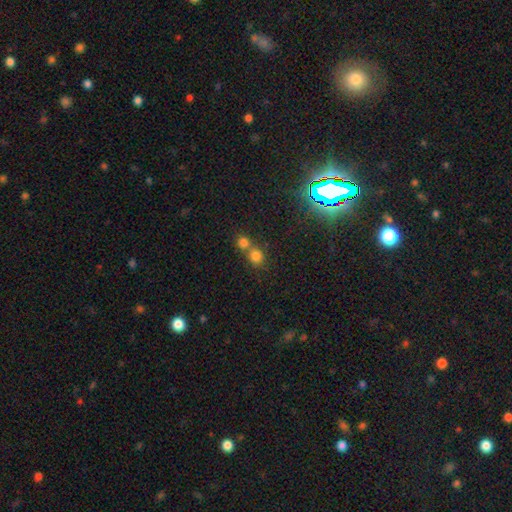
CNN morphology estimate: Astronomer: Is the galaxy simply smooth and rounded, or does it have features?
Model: smooth — 75%.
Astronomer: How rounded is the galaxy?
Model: round — 85%.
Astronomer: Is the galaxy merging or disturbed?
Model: merger — 47% (runner-up: none, 44%).